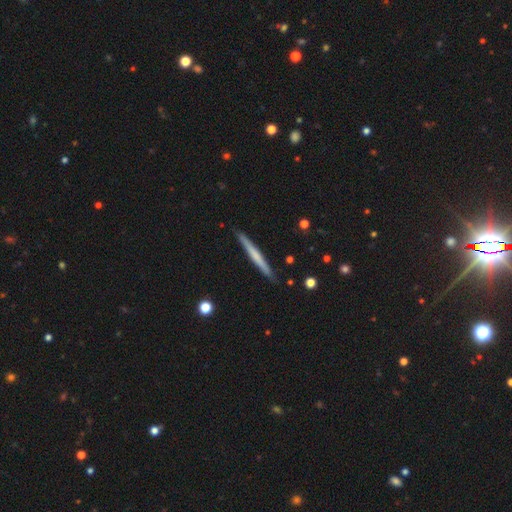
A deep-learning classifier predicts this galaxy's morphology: Smooth or featured: smooth — 50% (featured or disk — 44%)
How rounded: cigar-shaped — 97% (in between — 2%)
Merging: none — 91% (minor disturbance — 7%)